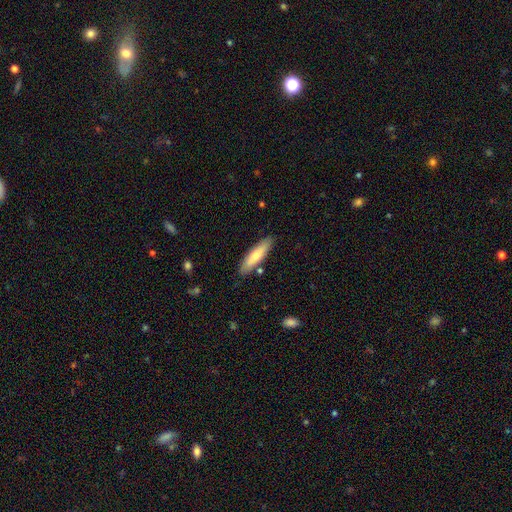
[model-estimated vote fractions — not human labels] smooth-or-featured: smooth: 68% | featured or disk: 26% | star or artifact: 6%
  how-rounded: cigar-shaped: 71% | in between: 27% | round: 1%
  merging: none: 85% | minor disturbance: 10% | merger: 3% | major disturbance: 2%